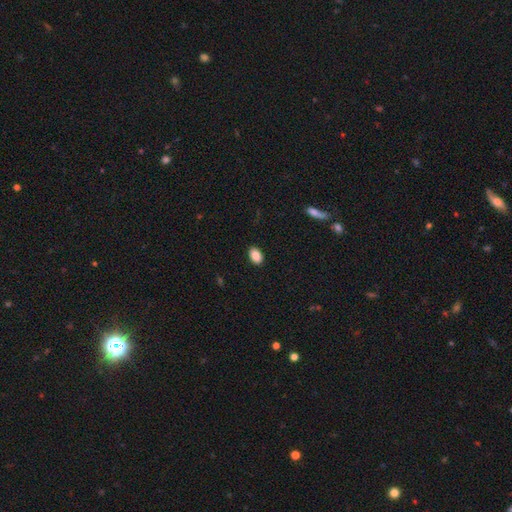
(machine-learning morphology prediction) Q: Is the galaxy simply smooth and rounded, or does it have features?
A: smooth — 88%.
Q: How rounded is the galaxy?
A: in between — 89%.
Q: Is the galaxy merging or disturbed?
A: none — 89%.